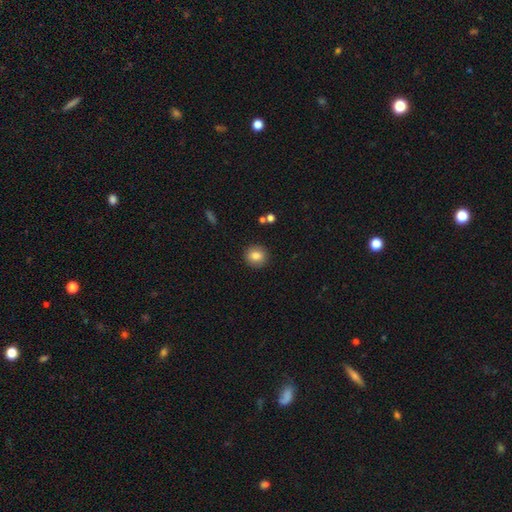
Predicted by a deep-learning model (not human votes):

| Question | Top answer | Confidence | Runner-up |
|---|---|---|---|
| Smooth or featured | smooth | 84% | star or artifact (9%) |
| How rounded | round | 83% | in between (16%) |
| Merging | none | 90% | minor disturbance (7%) |